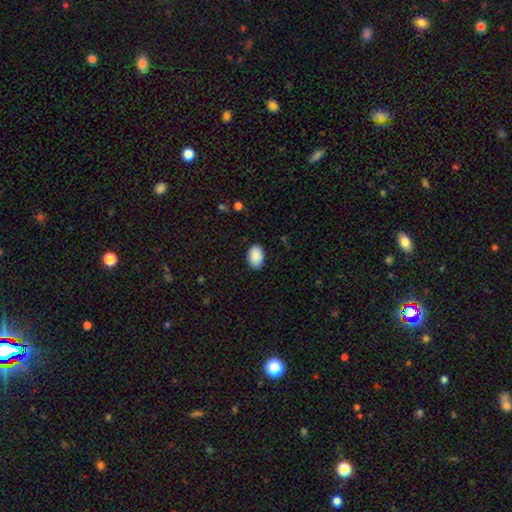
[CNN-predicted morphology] Smooth or featured? Predicted: smooth (p=0.90). How rounded? Predicted: in between (p=0.82). Merging? Predicted: none (p=0.86).